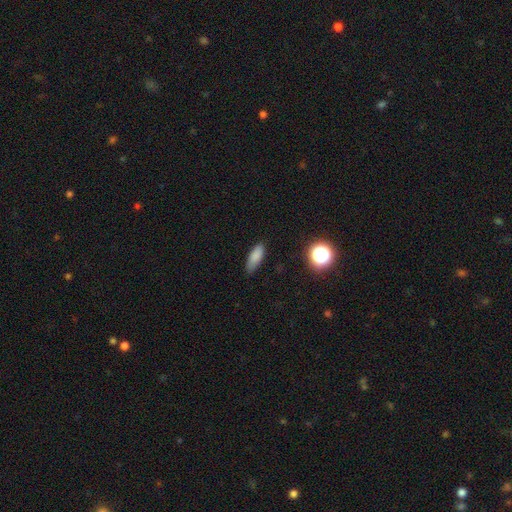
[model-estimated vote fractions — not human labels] Smooth or featured? smooth (82%)
How rounded? in between (64%)
Merging? none (73%)